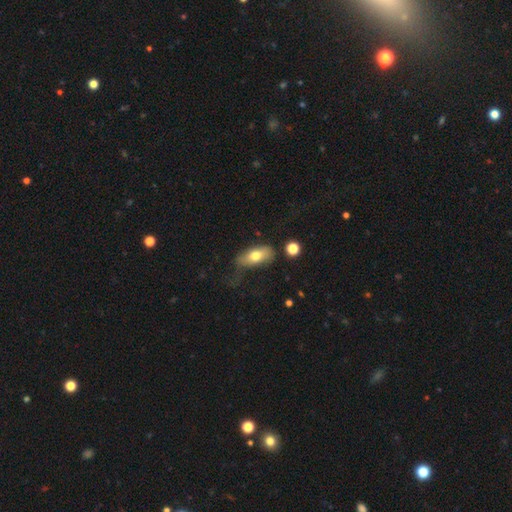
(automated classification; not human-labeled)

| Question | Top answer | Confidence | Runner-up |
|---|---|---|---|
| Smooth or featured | smooth | 71% | featured or disk (22%) |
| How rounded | in between | 85% | cigar-shaped (10%) |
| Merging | none | 50% | minor disturbance (29%) |